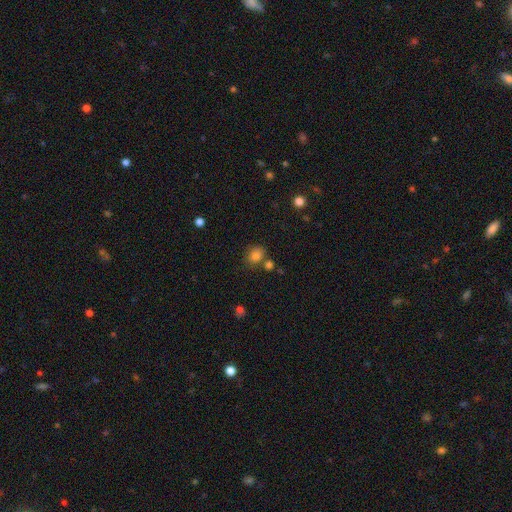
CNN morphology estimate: A smooth galaxy with no disk features (82%) that is round (56%).

Vote fractions:
- Smooth or featured? smooth: 82% / star or artifact: 13% / featured or disk: 6%
- How rounded? round: 56% / in between: 43% / cigar-shaped: 1%
- Merging? none: 67% / merger: 15% / minor disturbance: 13% / major disturbance: 5%